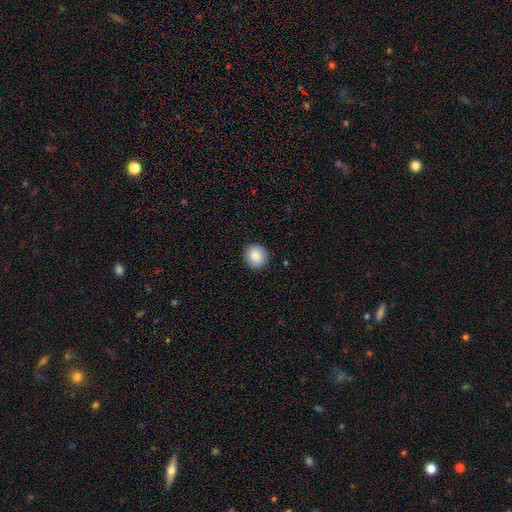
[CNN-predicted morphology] smooth-or-featured: smooth: 87% | star or artifact: 8% | featured or disk: 5%
  how-rounded: round: 90% | in between: 9% | cigar-shaped: 1%
  merging: none: 91% | minor disturbance: 7% | major disturbance: 2% | merger: 1%